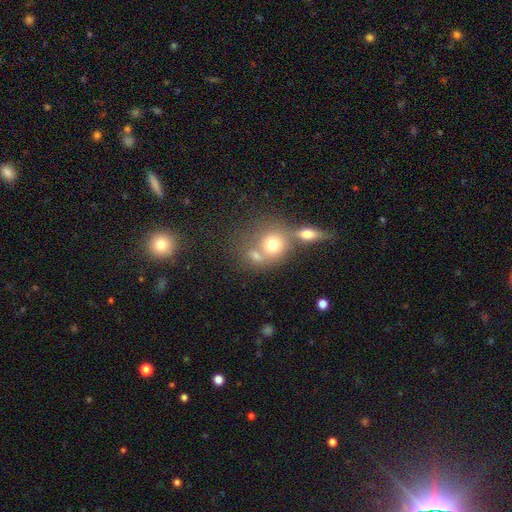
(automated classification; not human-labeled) Smooth or featured? Predicted: smooth (p=0.69). How rounded? Predicted: round (p=0.73). Merging? Predicted: merger (p=0.44).